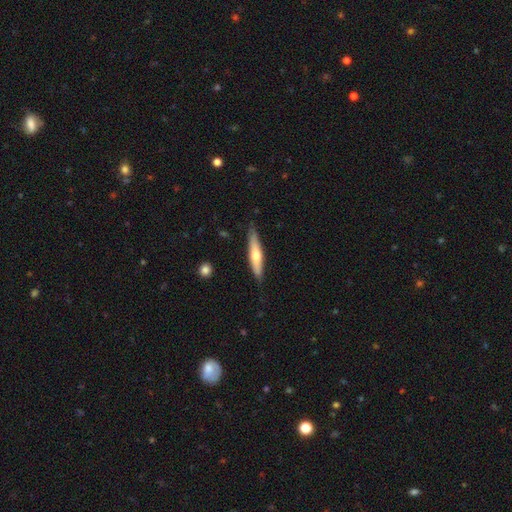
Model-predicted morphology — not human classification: smooth_or_featured: smooth (p=0.51) [alt: featured or disk p=0.44]
how_rounded: cigar-shaped (p=0.83) [alt: in between p=0.15]
merging: none (p=0.82) [alt: minor disturbance p=0.14]